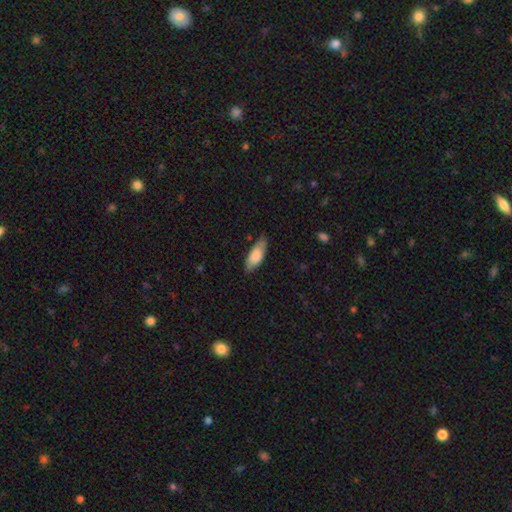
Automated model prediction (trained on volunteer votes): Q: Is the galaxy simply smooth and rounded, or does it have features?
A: smooth — 78%.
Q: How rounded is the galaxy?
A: in between — 72%.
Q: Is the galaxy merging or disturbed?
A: none — 75%.